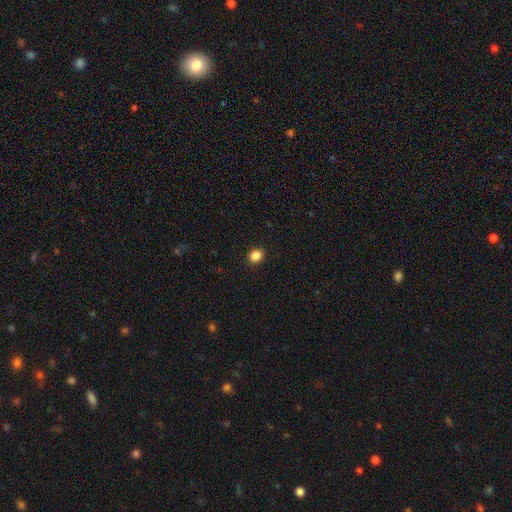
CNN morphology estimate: A smooth galaxy with no disk features (86%) that is round (63%). Merging: none (92%).